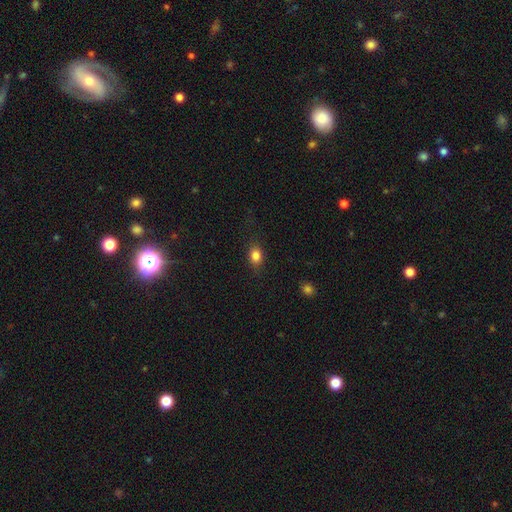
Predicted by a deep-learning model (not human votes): Smooth or featured? smooth (83%)
How rounded? in between (55%)
Merging? none (82%)